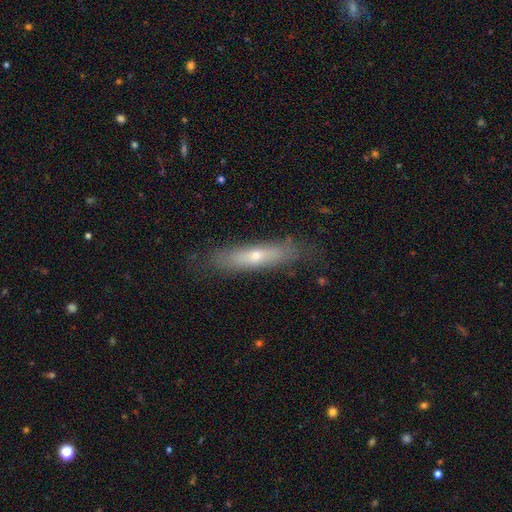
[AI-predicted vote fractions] This is possibly a smooth galaxy (48%). Merging: clearly none (80%).